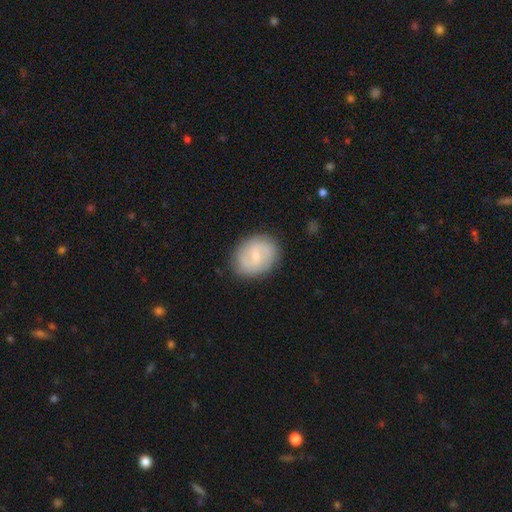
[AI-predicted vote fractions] smooth-or-featured: featured or disk: 60% | smooth: 33% | star or artifact: 6%
  disk-edge-on: no: 97% | yes: 3%
    bar: weak: 56% | no: 33% | strong: 10%
    has-spiral-arms: yes: 85% | no: 15%
    bulge-size: small: 69% | moderate: 25% | none: 4% | large: 1% | dominant: 1%
  merging: none: 85% | minor disturbance: 11% | major disturbance: 3% | merger: 1%